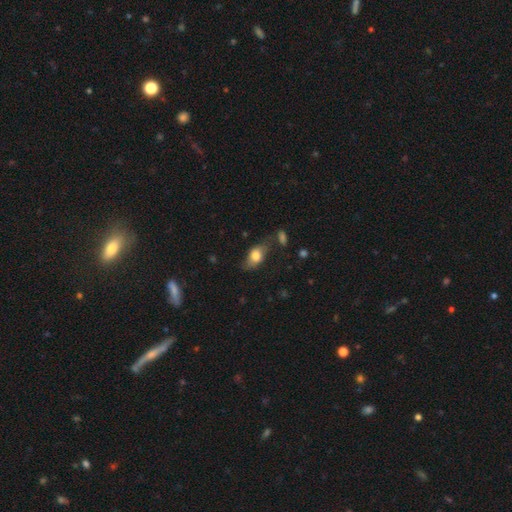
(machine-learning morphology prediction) smooth 70%, featured or disk 22%, star or artifact 8%. Down the decision tree: how rounded — in between (86%); merging — none (60%).